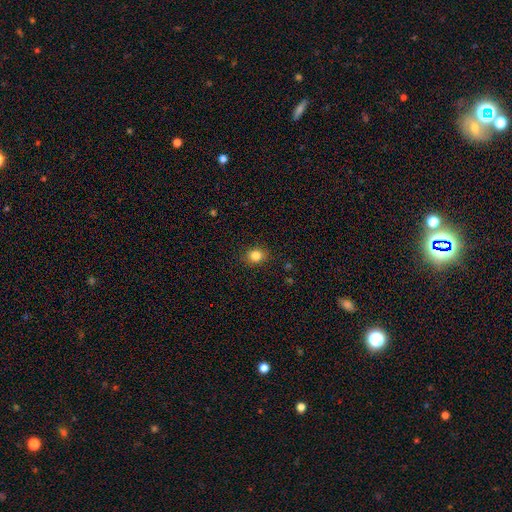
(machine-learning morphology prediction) Smooth or featured: smooth — 84% (star or artifact — 11%)
How rounded: round — 62% (in between — 37%)
Merging: none — 86% (minor disturbance — 10%)